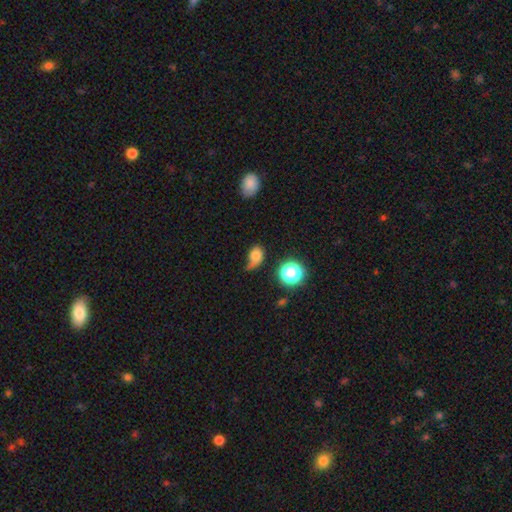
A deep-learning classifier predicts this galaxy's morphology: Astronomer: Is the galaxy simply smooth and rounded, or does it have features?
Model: smooth — 70%.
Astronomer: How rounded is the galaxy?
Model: in between — 57% (runner-up: round, 41%).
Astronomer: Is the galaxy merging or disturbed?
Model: none — 31%, tied with minor disturbance at 31%.